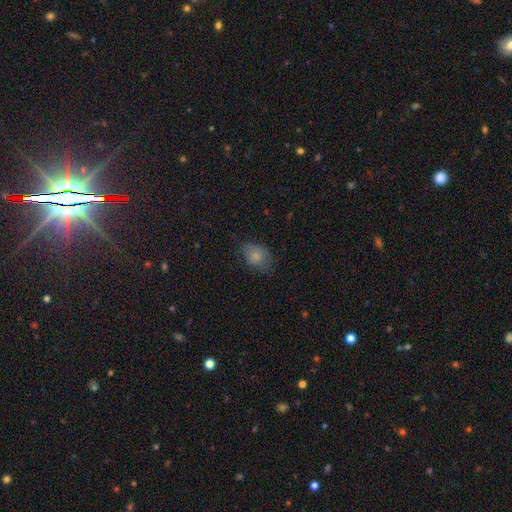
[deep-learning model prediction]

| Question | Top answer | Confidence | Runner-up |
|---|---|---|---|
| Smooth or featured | smooth | 78% | featured or disk (13%) |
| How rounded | in between | 71% | round (28%) |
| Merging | none | 59% | minor disturbance (29%) |